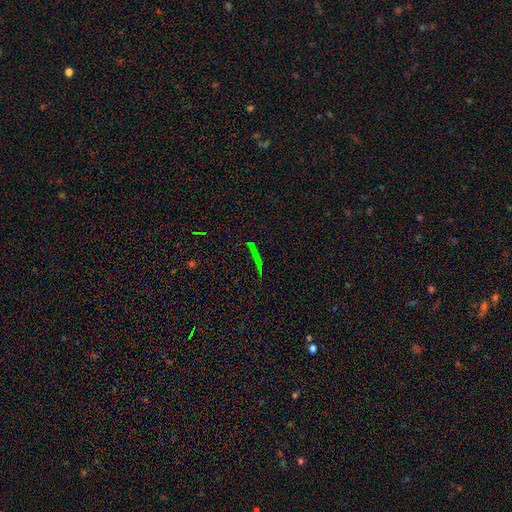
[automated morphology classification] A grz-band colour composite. It shows a star or artifact, not a galaxy (58%).